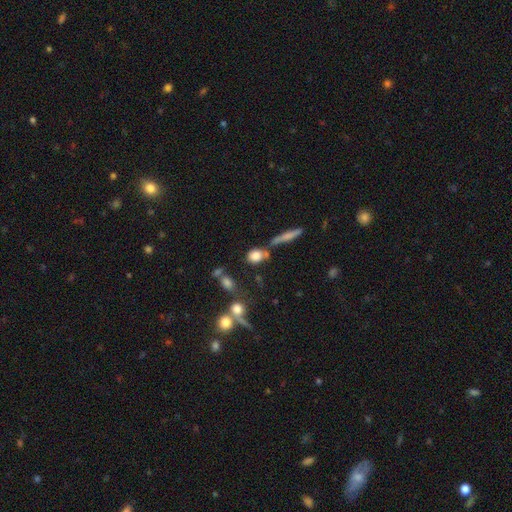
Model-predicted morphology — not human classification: type=smooth (79%); roundness=in between (50%); merging=none (55%).